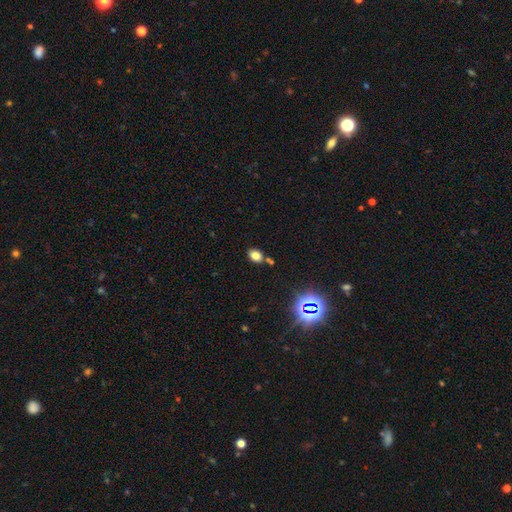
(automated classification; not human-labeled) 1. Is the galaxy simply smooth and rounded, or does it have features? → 76% smooth, 16% star or artifact, 8% featured or disk.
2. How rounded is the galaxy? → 67% in between, 31% round, 1% cigar-shaped.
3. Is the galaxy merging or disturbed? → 71% none, 13% minor disturbance, 12% merger, 3% major disturbance.